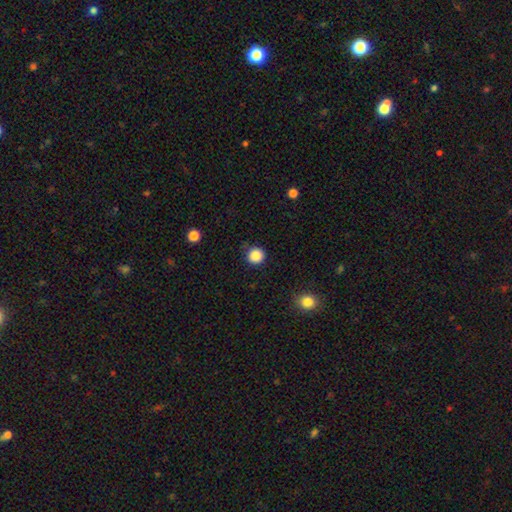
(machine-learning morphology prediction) A smooth galaxy with no disk features (87%) that is round (94%).

Vote fractions:
- Smooth or featured? smooth: 87% / star or artifact: 10% / featured or disk: 3%
- How rounded? round: 94% / in between: 5% / cigar-shaped: 1%
- Merging? none: 86% / minor disturbance: 9% / major disturbance: 3% / merger: 2%